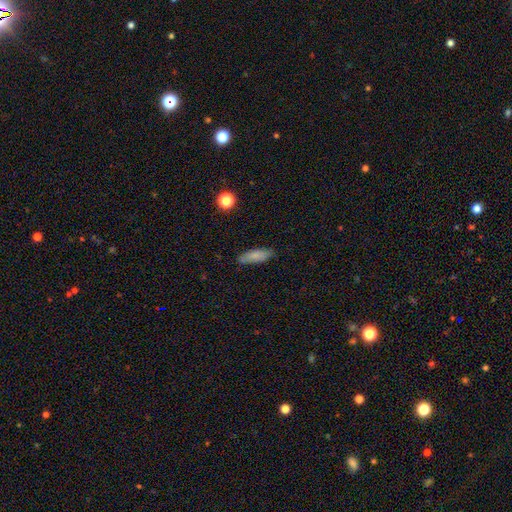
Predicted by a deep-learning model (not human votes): Overall: smooth (77%). How rounded: in between (58%; cigar-shaped 40%). Merging: none (80%).